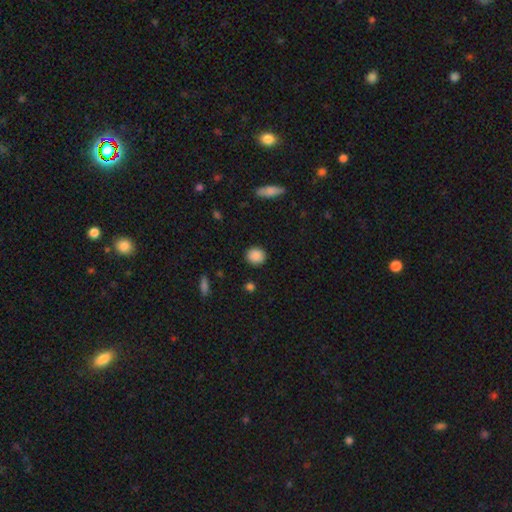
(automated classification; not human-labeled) smooth_or_featured: smooth (p=0.88) [alt: star or artifact p=0.08]
how_rounded: round (p=0.80) [alt: in between p=0.19]
merging: none (p=0.90) [alt: minor disturbance p=0.07]